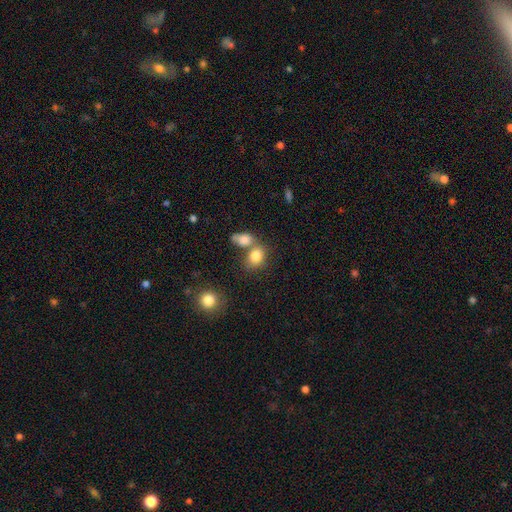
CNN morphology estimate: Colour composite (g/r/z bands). It shows a smooth galaxy with no disk features (82%) that is in between round and cigar-shaped (53%). Merging: none (44%).